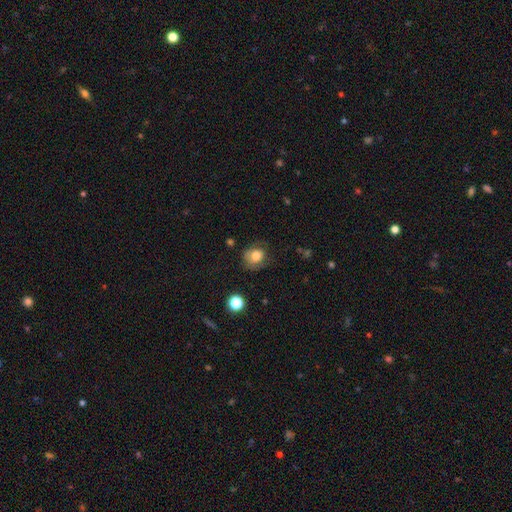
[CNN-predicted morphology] Q: Smooth or featured?
A: smooth (72%); runner-up: featured or disk (17%)
Q: How rounded?
A: round (69%); runner-up: in between (30%)
Q: Merging?
A: none (62%); runner-up: minor disturbance (25%)